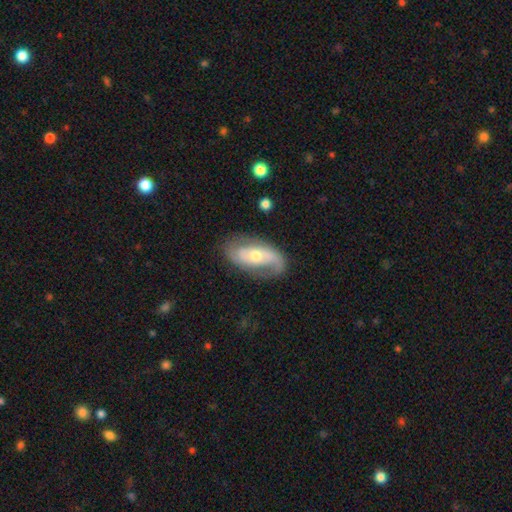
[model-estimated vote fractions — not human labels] smooth_or_featured: featured or disk (p=0.77) [alt: smooth p=0.18]
disk_edge_on: no (p=0.94) [alt: yes p=0.06]
bar: no (p=0.53) [alt: weak p=0.33]
has_spiral_arms: yes (p=0.88) [alt: no p=0.12]
spiral_winding: medium (p=0.42) [alt: loose p=0.29]
spiral_arm_count: 2 (p=0.74) [alt: 1 p=0.13]
bulge_size: moderate (p=0.63) [alt: small p=0.29]
merging: none (p=0.72) [alt: minor disturbance p=0.18]